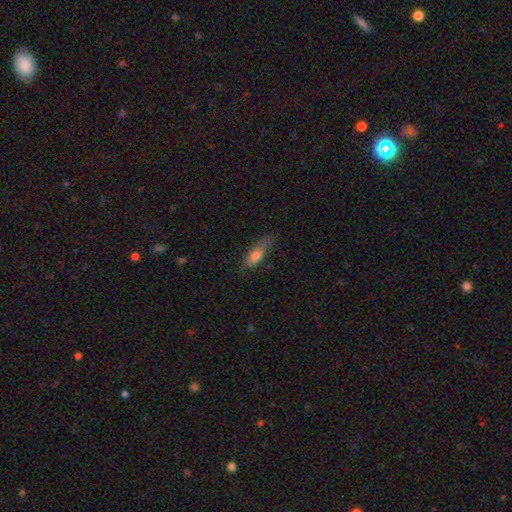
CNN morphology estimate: Smooth or featured? Predicted: smooth (p=0.74). How rounded? Predicted: in between (p=0.58). Merging? Predicted: none (p=0.64).